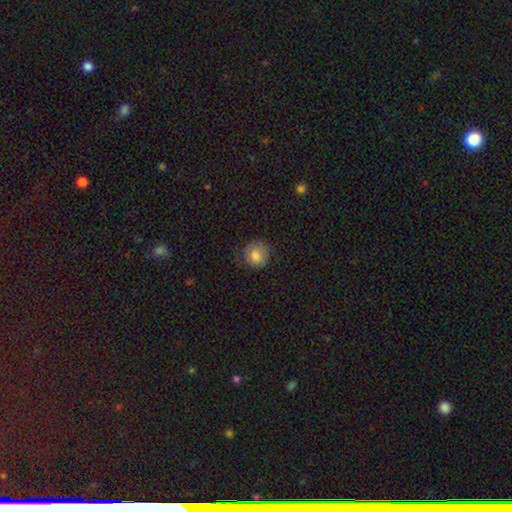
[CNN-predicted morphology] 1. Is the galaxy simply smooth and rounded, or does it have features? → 81% smooth, 11% featured or disk, 9% star or artifact.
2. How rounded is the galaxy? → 86% round, 13% in between, 1% cigar-shaped.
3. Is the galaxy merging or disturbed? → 74% none, 19% minor disturbance, 6% major disturbance, 1% merger.